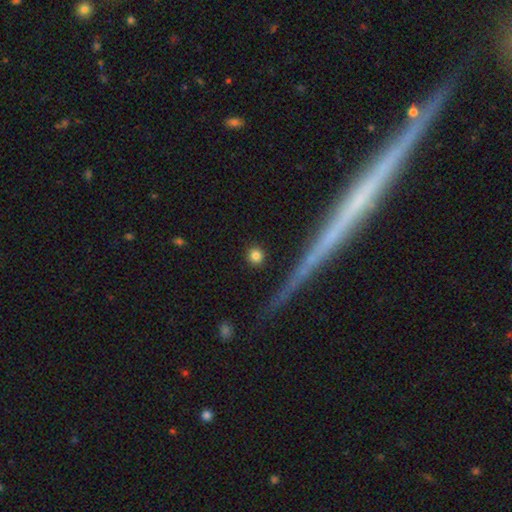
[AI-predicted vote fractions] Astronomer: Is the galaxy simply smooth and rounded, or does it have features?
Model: smooth — 82%.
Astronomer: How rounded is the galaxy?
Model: round — 94%.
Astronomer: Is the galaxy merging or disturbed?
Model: none — 90%.